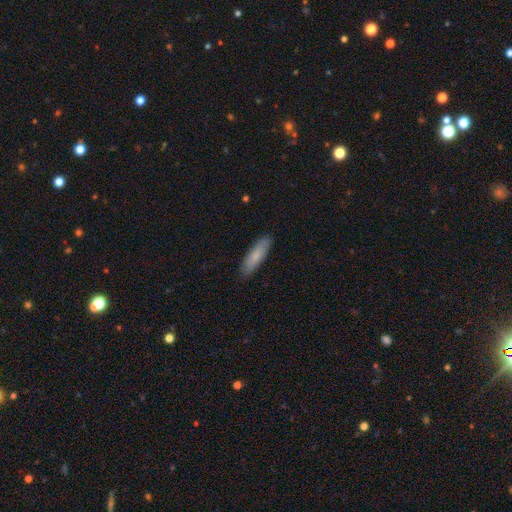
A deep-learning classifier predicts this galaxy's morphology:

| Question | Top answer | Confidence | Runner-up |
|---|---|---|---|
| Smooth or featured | smooth | 79% | featured or disk (16%) |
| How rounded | cigar-shaped | 61% | in between (37%) |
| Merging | none | 87% | minor disturbance (10%) |